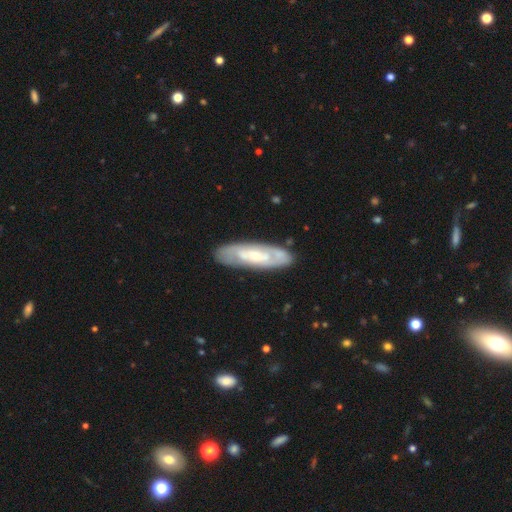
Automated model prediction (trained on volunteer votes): featured or disk 66%, smooth 28%, star or artifact 6%. Down the decision tree: edge-on disk — no (79%); bar — no (62%); spiral arms — yes (74%); bulge size — small (59%); merging — none (81%).